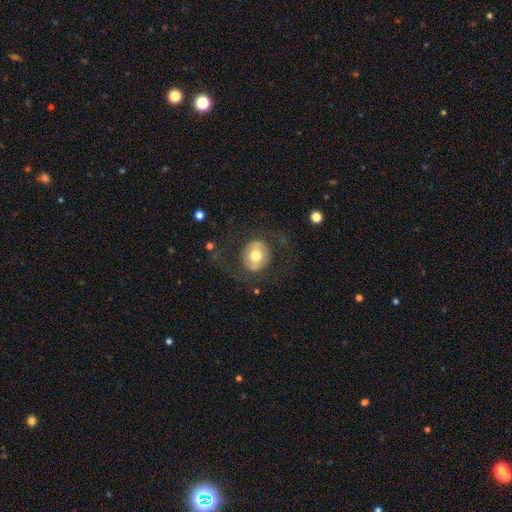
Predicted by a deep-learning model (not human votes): This is possibly a smooth galaxy (52%). How rounded: likely round (74%). Merging: likely none (72%).